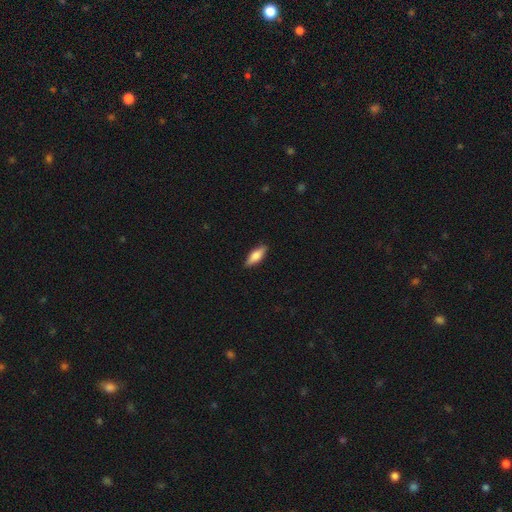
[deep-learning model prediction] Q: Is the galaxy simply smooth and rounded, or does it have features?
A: smooth — 74%.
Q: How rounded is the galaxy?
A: in between — 65%.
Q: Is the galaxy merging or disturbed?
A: none — 88%.